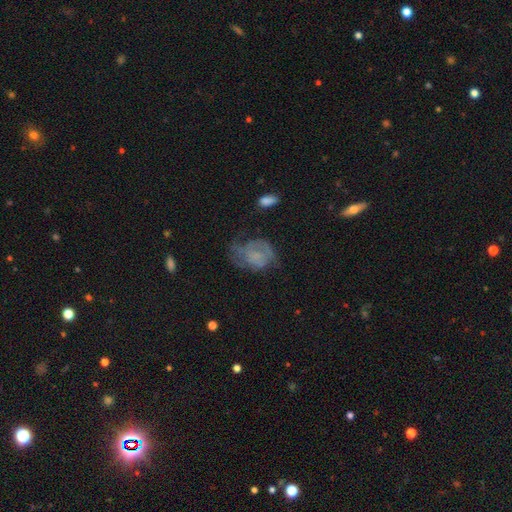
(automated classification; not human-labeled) Smooth or featured: featured or disk — 48% (smooth — 40%)
Merging: none — 39% (major disturbance — 31%)